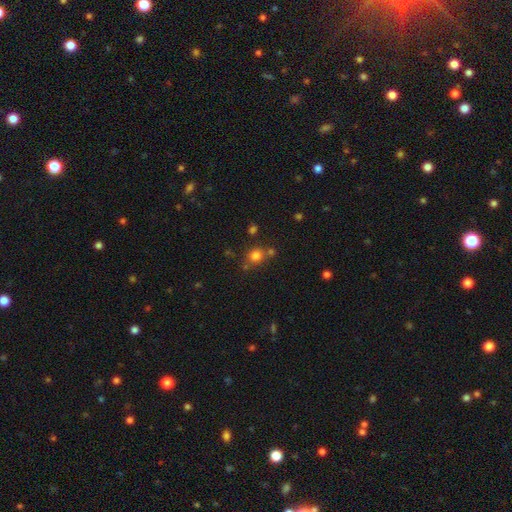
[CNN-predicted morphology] This is likely a smooth galaxy (78%). How rounded: clearly round (85%). Merging: likely none (69%).